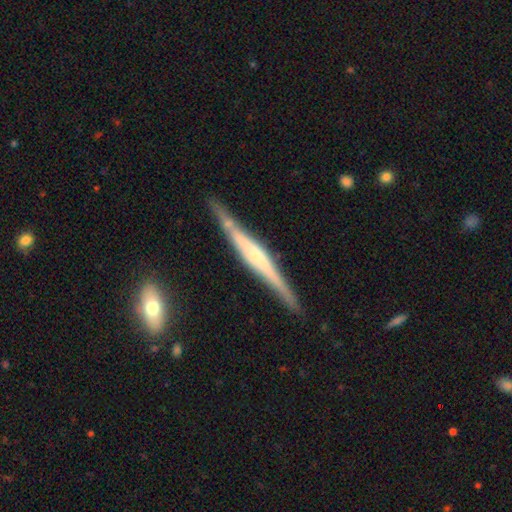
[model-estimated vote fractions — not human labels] A featured or disk galaxy (73%) viewed edge-on (97%) with a rounded central bulge (39%). Merging: none (80%).